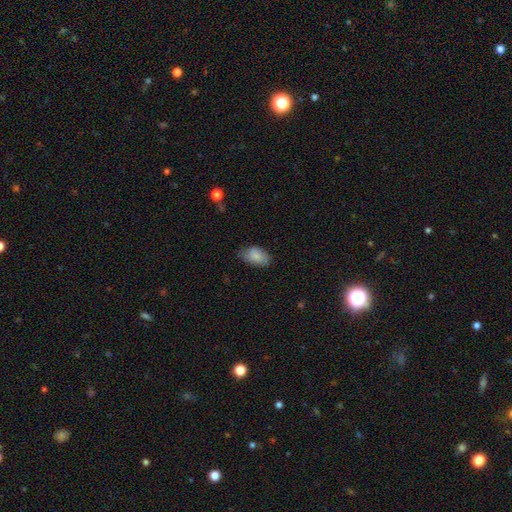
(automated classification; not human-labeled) A smooth galaxy with no disk features (83%) that is in between round and cigar-shaped (91%). Merging: none (69%).